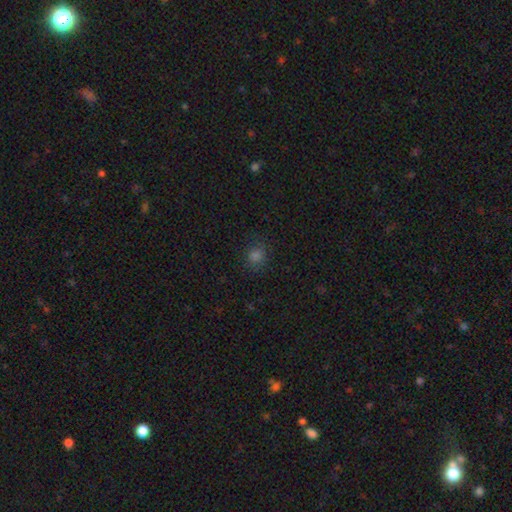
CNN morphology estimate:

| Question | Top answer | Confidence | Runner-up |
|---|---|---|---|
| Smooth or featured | smooth | 75% | star or artifact (20%) |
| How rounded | round | 79% | in between (20%) |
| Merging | none | 84% | minor disturbance (11%) |